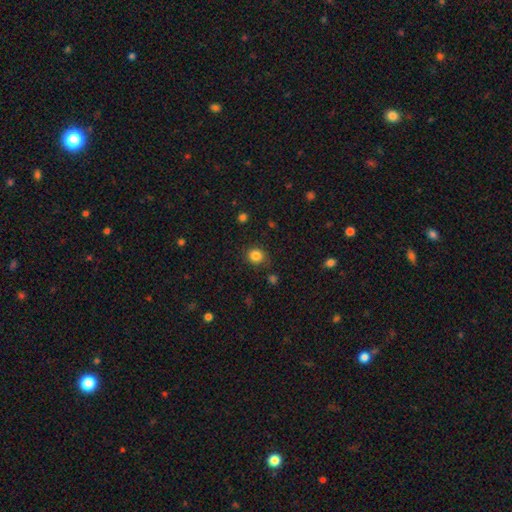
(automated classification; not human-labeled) This is clearly a smooth galaxy (84%). How rounded: clearly round (86%). Merging: clearly none (84%).